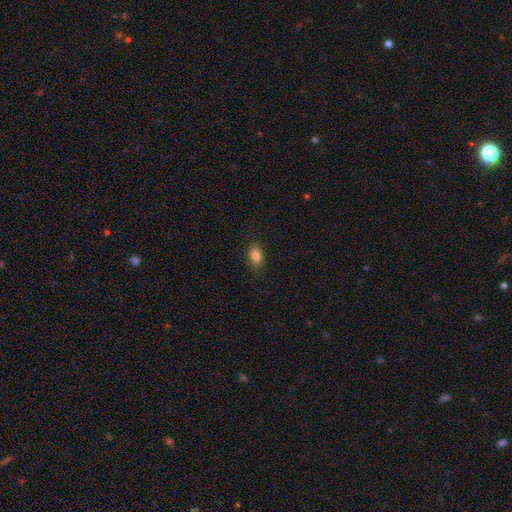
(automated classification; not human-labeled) This appears to be a smooth galaxy with no disk features (83%) that is in between round and cigar-shaped (81%). Merging: none (84%).